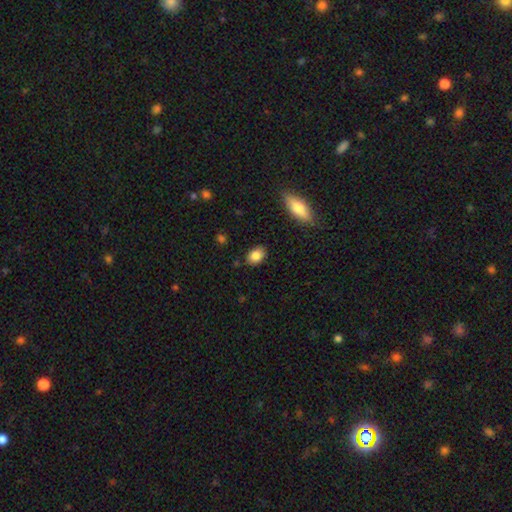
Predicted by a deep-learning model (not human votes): Smooth or featured?
  - smooth: 85% *
  - star or artifact: 8%
  - featured or disk: 7%
How rounded?
  - in between: 80% *
  - round: 18%
  - cigar-shaped: 2%
Merging?
  - none: 86% *
  - minor disturbance: 10%
  - major disturbance: 2%
  - merger: 2%